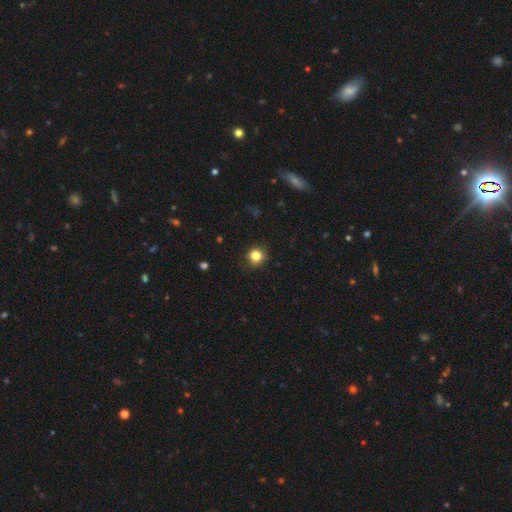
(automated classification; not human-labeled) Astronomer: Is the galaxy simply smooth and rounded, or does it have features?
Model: smooth — 82%.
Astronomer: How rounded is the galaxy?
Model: round — 90%.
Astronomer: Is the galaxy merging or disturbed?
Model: none — 87%.